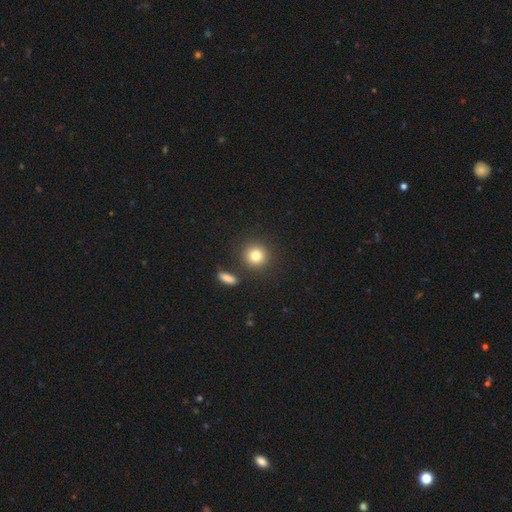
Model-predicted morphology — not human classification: A smooth galaxy with no disk features (81%) that is round (91%). Merging: none (84%).